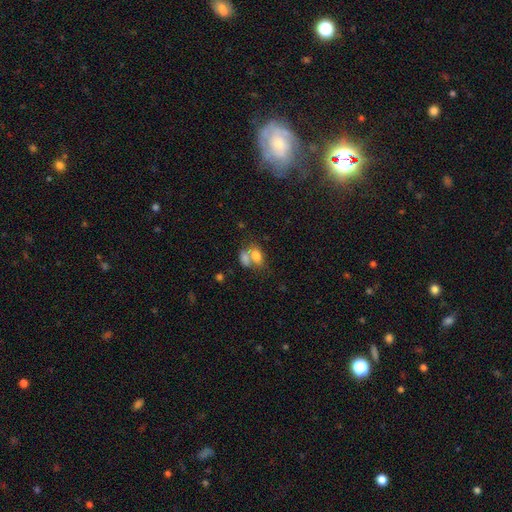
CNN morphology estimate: Overall: smooth (75%). How rounded: in between (83%). Merging: merger (60%; none 25%).